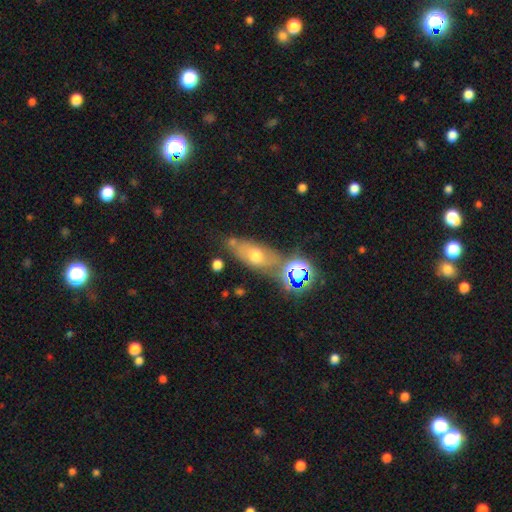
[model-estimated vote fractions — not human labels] Morphology: type=smooth (53%); roundness=in between (71%); merging=none (58%).